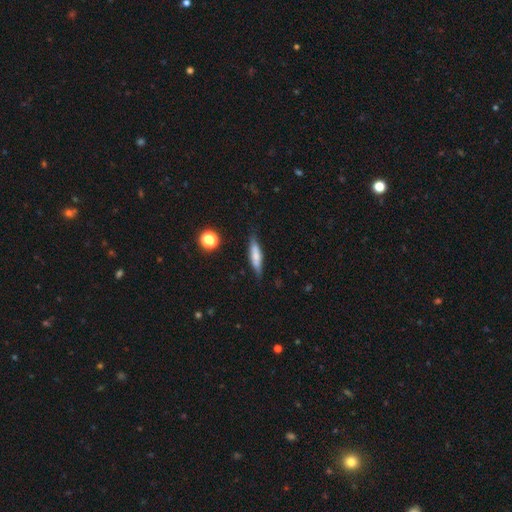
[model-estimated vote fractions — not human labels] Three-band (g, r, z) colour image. It shows a smooth galaxy with no disk features (63%) that is cigar-shaped (74%). Merging: none (80%).